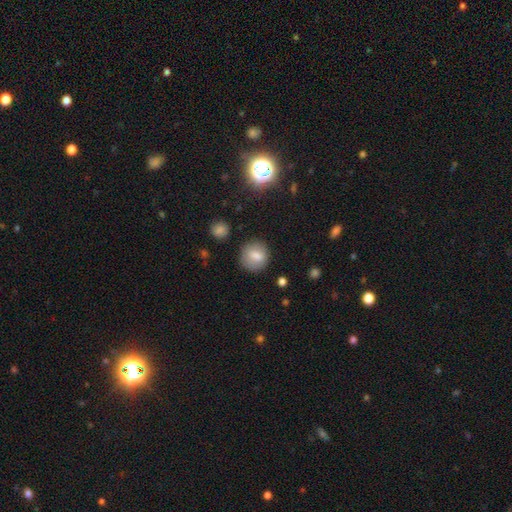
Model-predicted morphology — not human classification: Smooth or featured?
  - smooth: 76% *
  - featured or disk: 14%
  - star or artifact: 10%
How rounded?
  - round: 87% *
  - in between: 12%
  - cigar-shaped: 1%
Merging?
  - none: 84% *
  - minor disturbance: 10%
  - major disturbance: 3%
  - merger: 2%